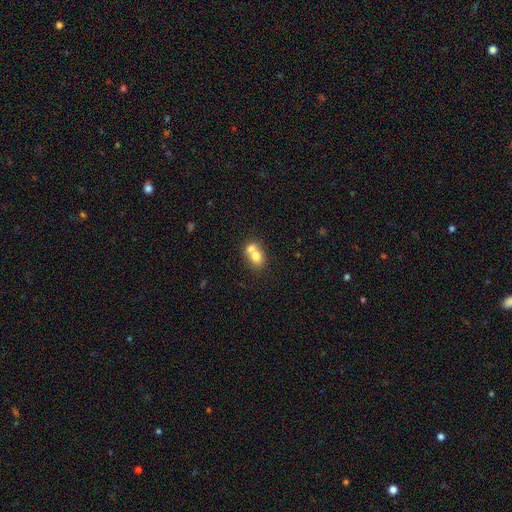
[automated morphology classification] smooth_or_featured: smooth (p=0.71) [alt: featured or disk p=0.19]
how_rounded: in between (p=0.52) [alt: round p=0.47]
merging: merger (p=0.67) [alt: none p=0.25]